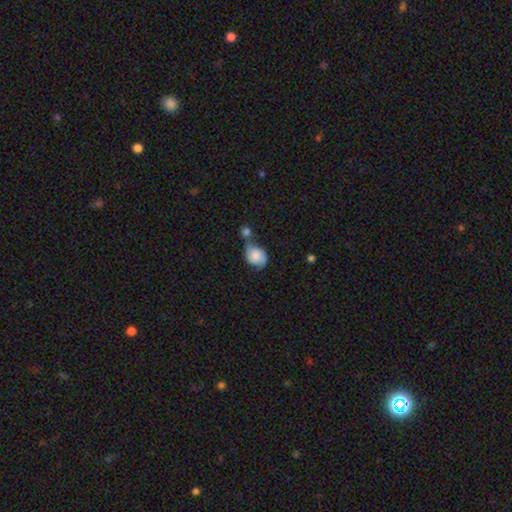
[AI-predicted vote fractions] This appears to be a smooth galaxy with no disk features (66%) that is in between round and cigar-shaped (57%). Merging: merger (44%).